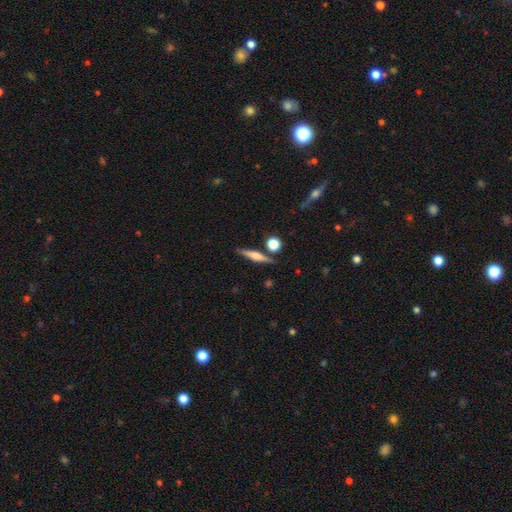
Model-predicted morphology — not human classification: A featured or disk galaxy (55%) viewed edge-on (96%) with a rounded central bulge (74%).

Vote fractions:
- Smooth or featured? featured or disk: 55% / smooth: 37% / star or artifact: 8%
- Edge-on disk? yes: 96% / no: 4%
- Edge-on bulge? rounded: 74% / boxy: 16% / none: 10%
- Merging? none: 82% / minor disturbance: 9% / merger: 6% / major disturbance: 2%